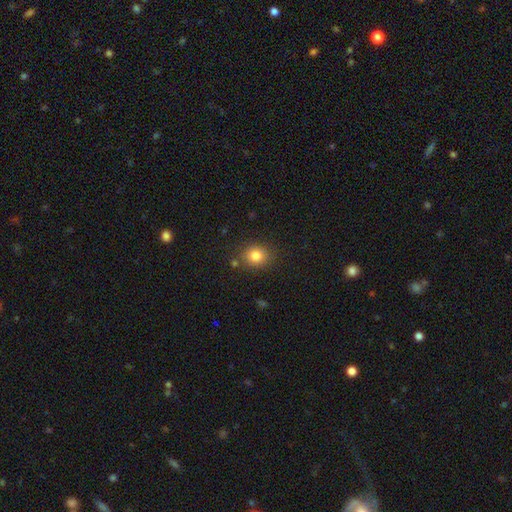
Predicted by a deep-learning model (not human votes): Smooth or featured: smooth — 82% (star or artifact — 11%)
How rounded: round — 70% (in between — 29%)
Merging: none — 82% (minor disturbance — 11%)